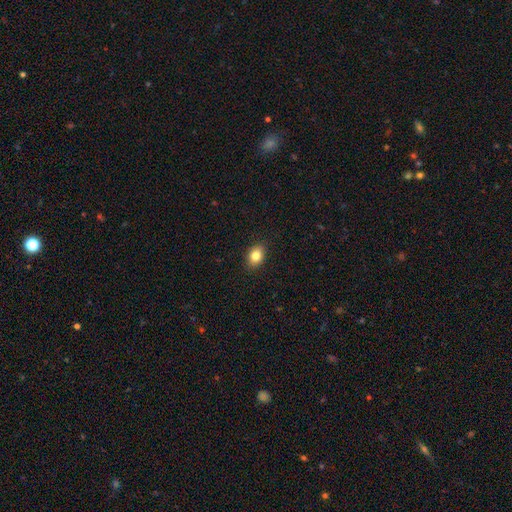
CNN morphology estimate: A smooth galaxy with no disk features (83%) that is in between round and cigar-shaped (73%). Merging: none (89%).